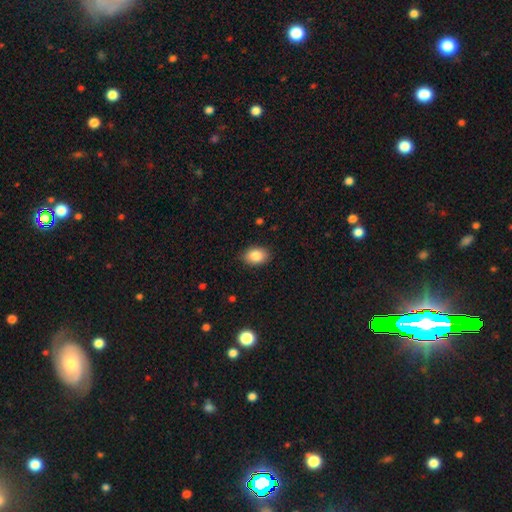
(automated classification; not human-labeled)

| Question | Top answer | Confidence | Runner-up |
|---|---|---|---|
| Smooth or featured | smooth | 86% | star or artifact (8%) |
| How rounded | in between | 83% | round (15%) |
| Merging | none | 87% | minor disturbance (10%) |